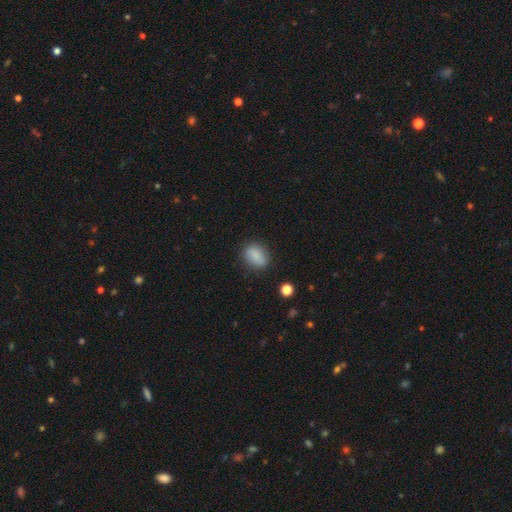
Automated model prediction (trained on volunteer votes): Smooth or featured? Predicted: smooth (p=0.85). How rounded? Predicted: in between (p=0.74). Merging? Predicted: none (p=0.77).